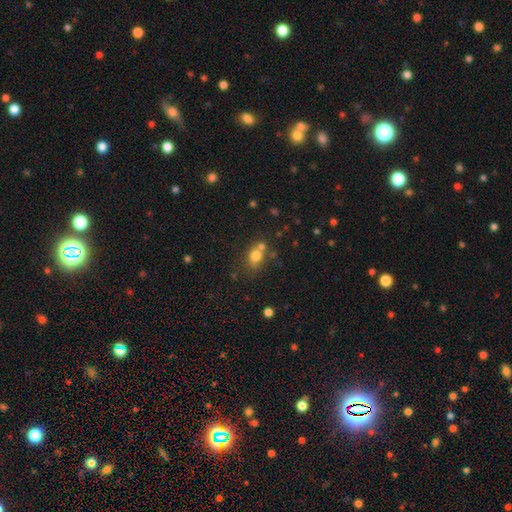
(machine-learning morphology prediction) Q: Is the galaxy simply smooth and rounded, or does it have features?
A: smooth — 74%.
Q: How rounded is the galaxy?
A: round — 58%.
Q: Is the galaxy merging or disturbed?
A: none — 50%.